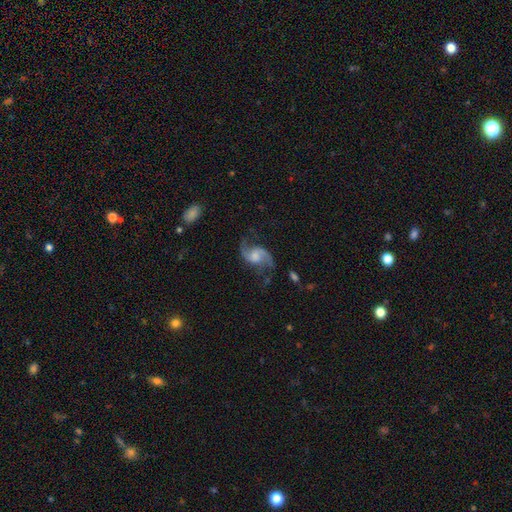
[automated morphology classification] featured or disk 88%, smooth 7%, star or artifact 6%. Down the decision tree: edge-on disk — no (98%); bar — no (55%); spiral arms — yes (97%); spiral arm count — 2 (93%); spiral winding — loose (61%); bulge size — moderate (38%); merging — none (68%).